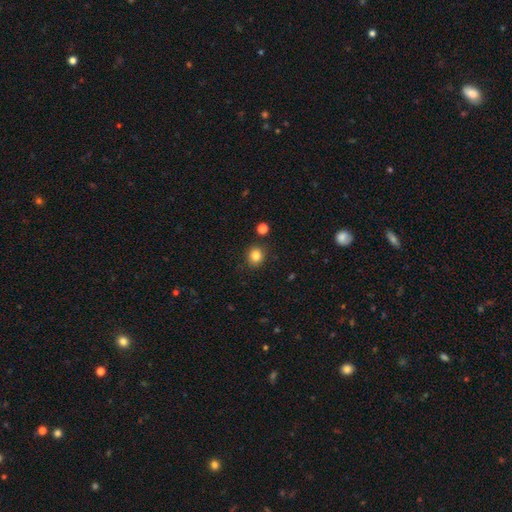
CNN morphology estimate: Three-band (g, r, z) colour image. It shows a smooth galaxy with no disk features (83%) that is round (82%). Merging: none (88%).